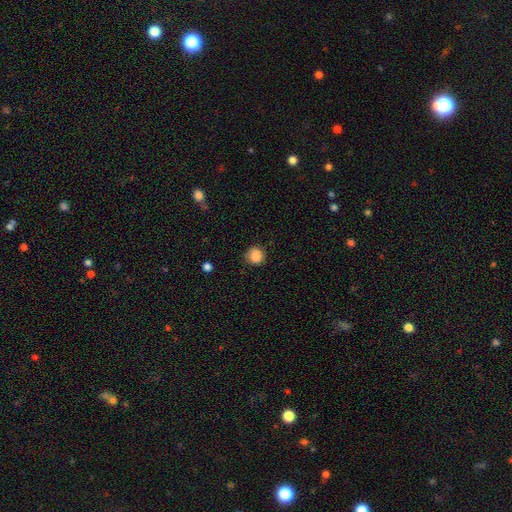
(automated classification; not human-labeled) Smooth or featured?
  - smooth: 86% *
  - star or artifact: 9%
  - featured or disk: 5%
How rounded?
  - round: 85% *
  - in between: 14%
  - cigar-shaped: 1%
Merging?
  - none: 77% *
  - minor disturbance: 17%
  - major disturbance: 4%
  - merger: 1%